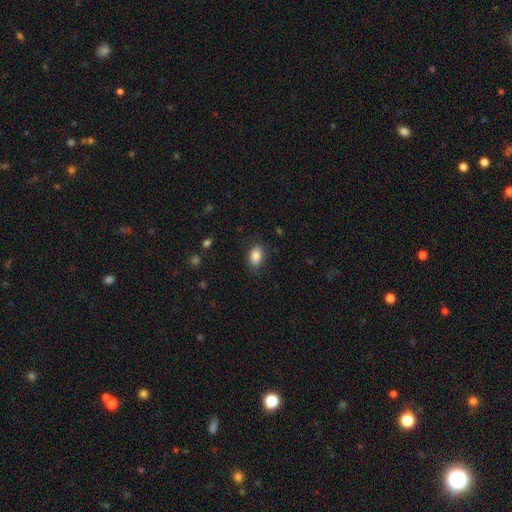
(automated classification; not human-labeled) Smooth or featured: smooth — 87% (star or artifact — 8%)
How rounded: in between — 87% (round — 12%)
Merging: none — 83% (minor disturbance — 13%)